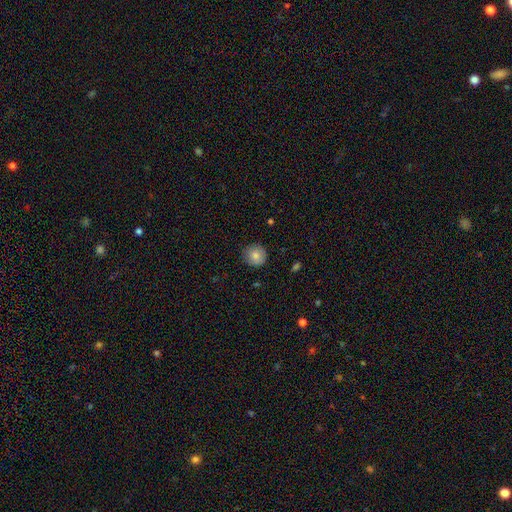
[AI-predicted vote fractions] Morphology: type=smooth (81%); roundness=round (95%); merging=none (87%).